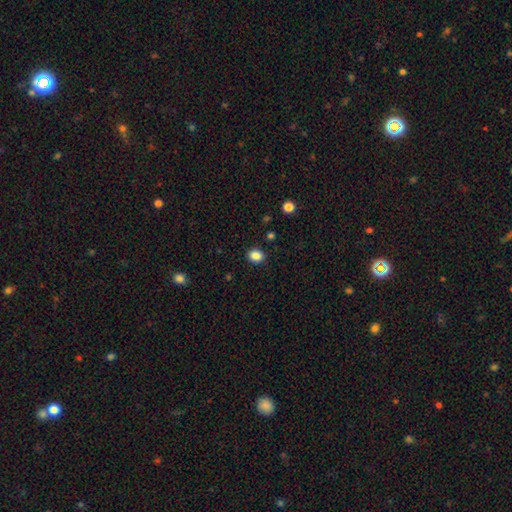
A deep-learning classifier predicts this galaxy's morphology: A smooth galaxy with no disk features (86%) that is round (58%). Merging: none (90%).